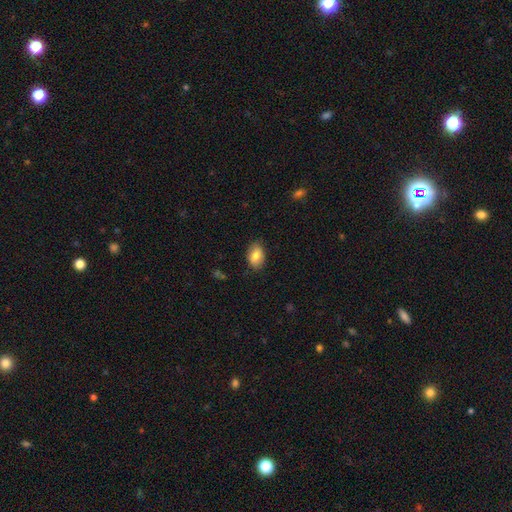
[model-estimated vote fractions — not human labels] smooth 82%, featured or disk 11%, star or artifact 7%. Down the decision tree: how rounded — in between (87%); merging — none (80%).